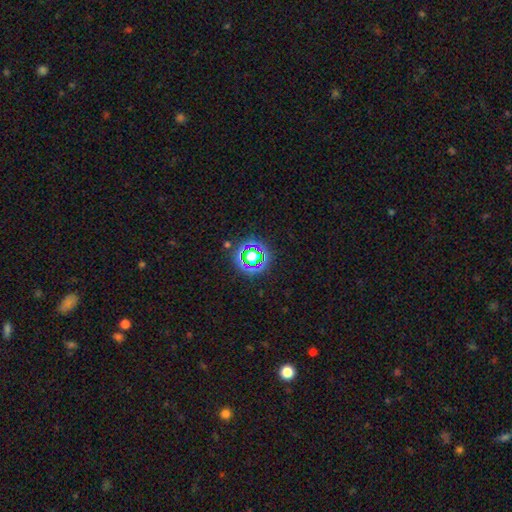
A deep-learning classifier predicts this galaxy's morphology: Smooth or featured? star or artifact (56%)